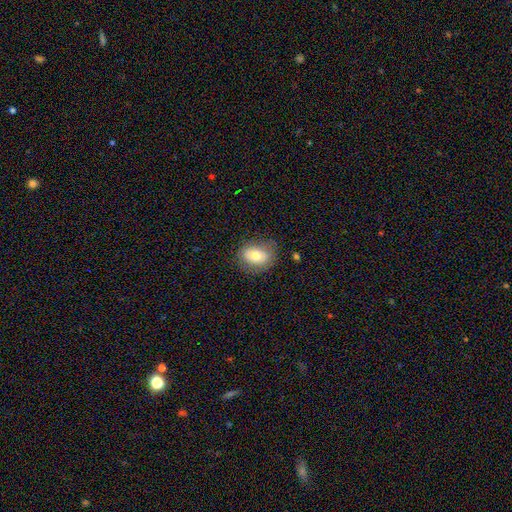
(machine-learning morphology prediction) The model was most divided on "how rounded": in between: 64%, round: 34%, cigar-shaped: 1%. More confident: merging — none (76%); smooth or featured — smooth (71%).